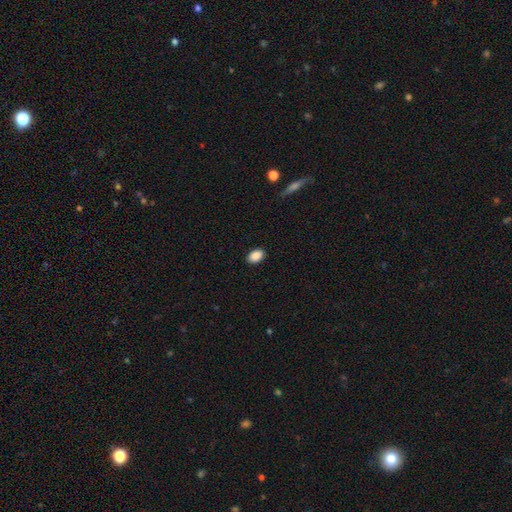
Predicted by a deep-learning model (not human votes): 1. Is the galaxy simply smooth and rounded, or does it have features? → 90% smooth, 7% star or artifact, 3% featured or disk.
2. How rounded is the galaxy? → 89% in between, 10% round, 1% cigar-shaped.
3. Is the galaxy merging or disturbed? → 90% none, 8% minor disturbance, 2% major disturbance, 1% merger.